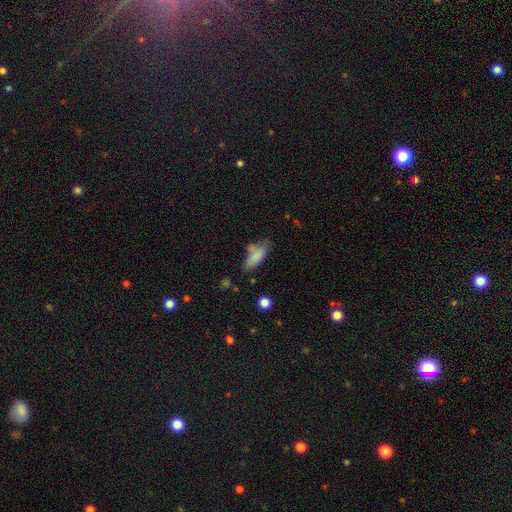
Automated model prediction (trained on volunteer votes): A smooth galaxy with no disk features (78%) that is in between round and cigar-shaped (80%). Merging: none (40%).